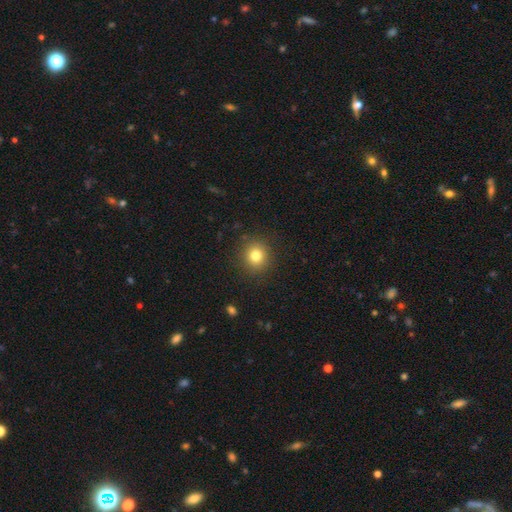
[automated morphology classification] This appears to be a smooth galaxy with no disk features (79%) that is round (89%). Merging: none (90%).